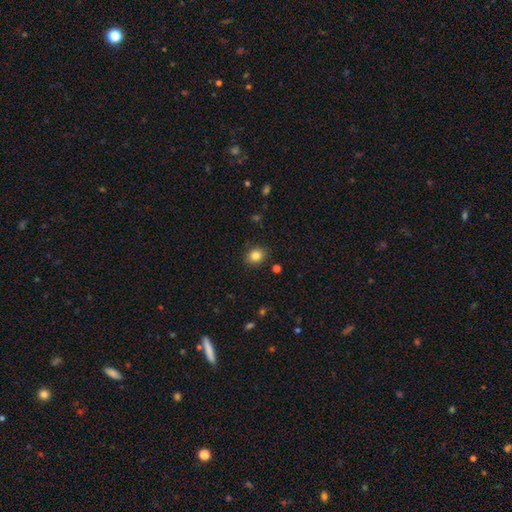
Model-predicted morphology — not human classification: smooth 83%, star or artifact 11%, featured or disk 6%. Down the decision tree: how rounded — round (68%); merging — none (89%).